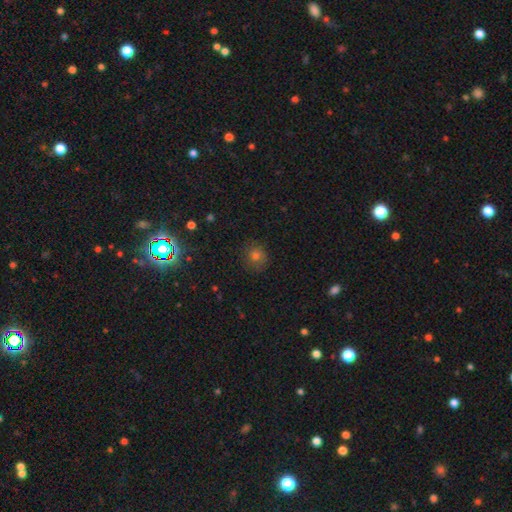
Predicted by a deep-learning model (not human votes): Smooth or featured?
  - smooth: 66% *
  - star or artifact: 25%
  - featured or disk: 9%
How rounded?
  - round: 84% *
  - in between: 15%
  - cigar-shaped: 1%
Merging?
  - none: 83% *
  - minor disturbance: 12%
  - major disturbance: 4%
  - merger: 1%